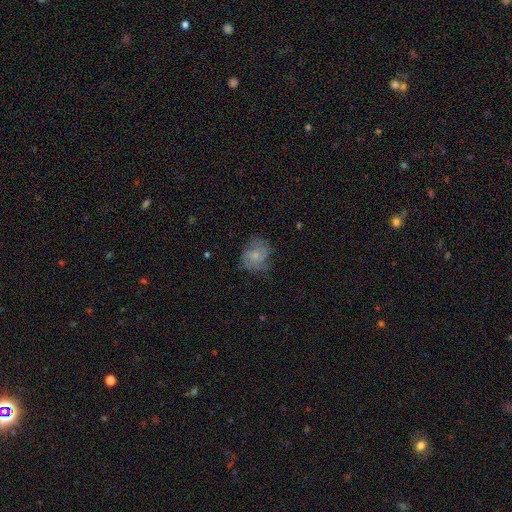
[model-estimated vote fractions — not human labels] Q: Smooth or featured?
A: smooth (61%); runner-up: featured or disk (30%)
Q: How rounded?
A: round (66%); runner-up: in between (33%)
Q: Merging?
A: none (57%); runner-up: minor disturbance (28%)